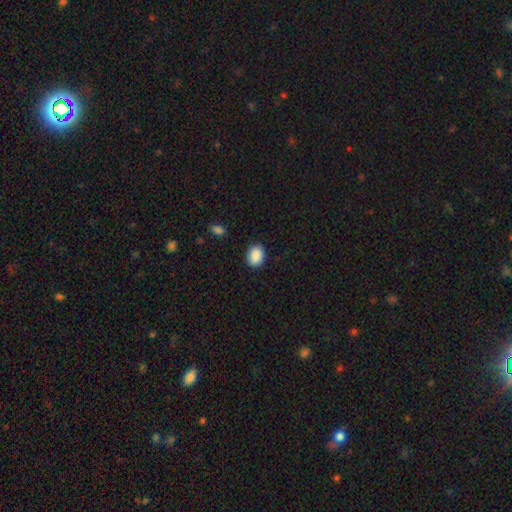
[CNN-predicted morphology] This appears to be a smooth galaxy with no disk features (90%) that is in between round and cigar-shaped (67%). Merging: none (88%).